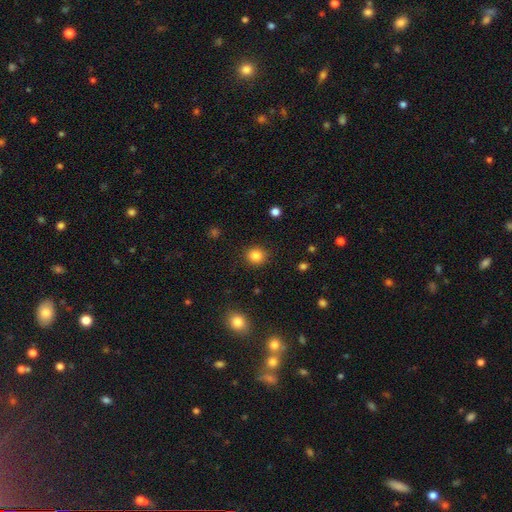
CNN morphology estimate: Overall: smooth (84%). How rounded: round (88%). Merging: none (90%).